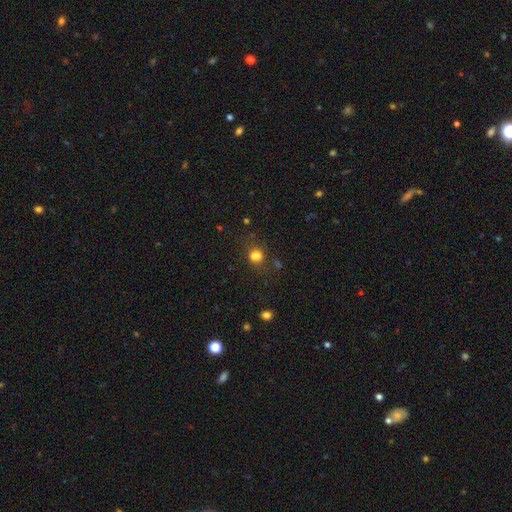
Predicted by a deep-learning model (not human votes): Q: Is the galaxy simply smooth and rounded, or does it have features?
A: smooth — 79%.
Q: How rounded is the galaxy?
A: round — 65%.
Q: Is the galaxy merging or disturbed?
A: none — 68%.